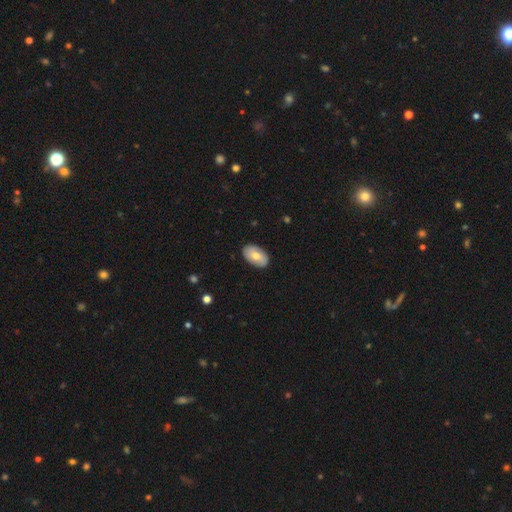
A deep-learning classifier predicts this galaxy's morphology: A smooth galaxy with no disk features (65%) that is in between round and cigar-shaped (93%). Merging: none (87%).